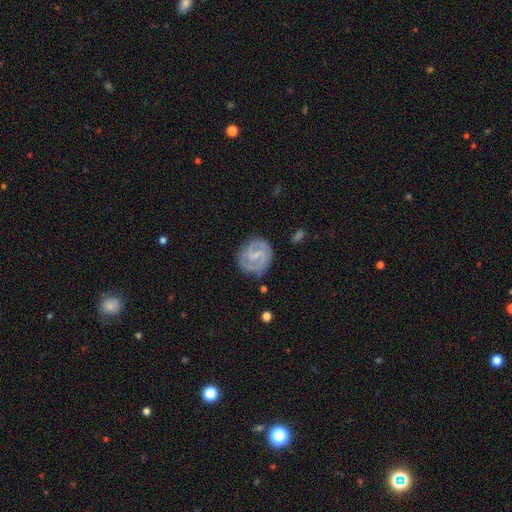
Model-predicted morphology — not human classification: Smooth or featured? featured or disk (76%)
Edge-on disk? no (98%)
Bar? weak (56%)
Spiral arms? yes (90%)
Spiral winding? tight (43%, tied with medium)
Spiral arm count? 2 (70%)
Bulge size? small (58%)
Merging? none (74%)